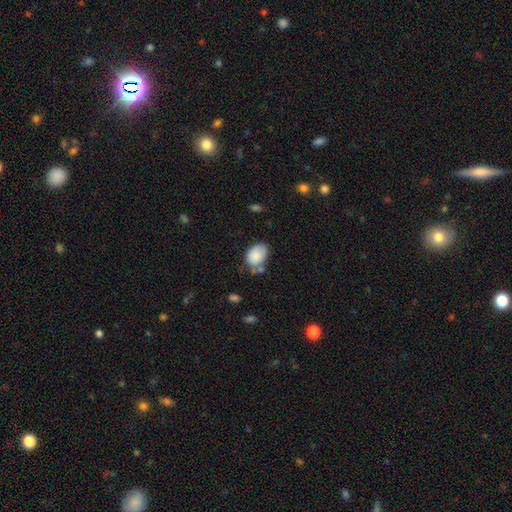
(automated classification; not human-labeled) A smooth galaxy with no disk features (83%) that is in between round and cigar-shaped (80%).

Vote fractions:
- Smooth or featured? smooth: 83% / featured or disk: 10% / star or artifact: 7%
- How rounded? in between: 80% / round: 19% / cigar-shaped: 1%
- Merging? none: 50% / minor disturbance: 30% / merger: 12% / major disturbance: 9%